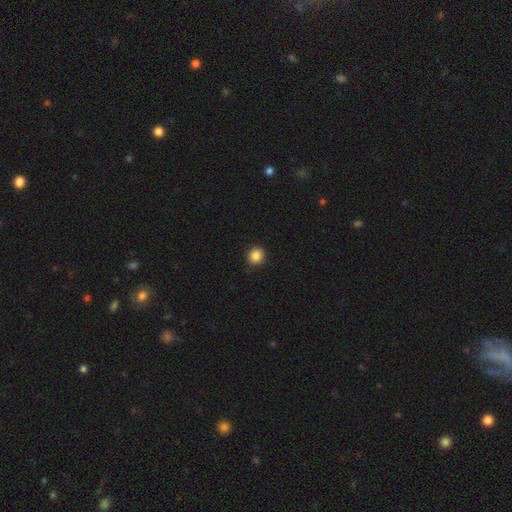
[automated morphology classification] A smooth galaxy with no disk features (87%) that is round (88%). Merging: none (91%).